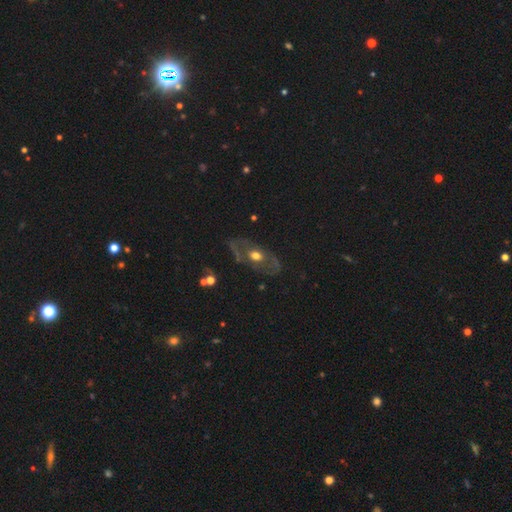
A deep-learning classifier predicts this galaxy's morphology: smooth_or_featured: featured or disk (p=0.63) [alt: smooth p=0.28]
disk_edge_on: no (p=0.85) [alt: yes p=0.15]
bar: no (p=0.81) [alt: weak p=0.14]
has_spiral_arms: no (p=0.65) [alt: yes p=0.35]
bulge_size: moderate (p=0.72) [alt: large p=0.14]
merging: none (p=0.70) [alt: minor disturbance p=0.18]